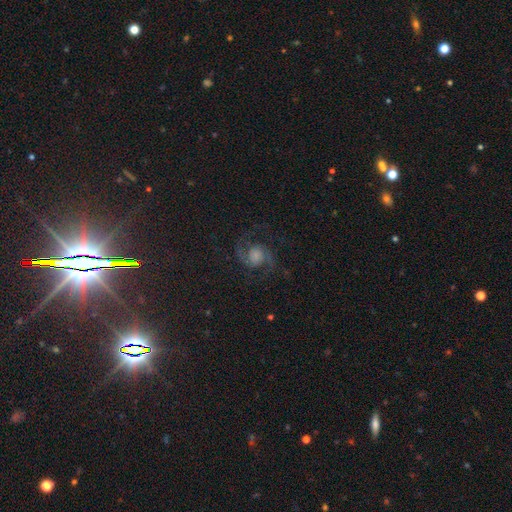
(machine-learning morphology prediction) A featured or disk galaxy (86%) with no bar (65%), 2 (94%) medium (58%) spiral arms (98%) and a large central bulge (26%).

Vote fractions:
- Smooth or featured? featured or disk: 86% / star or artifact: 7% / smooth: 7%
- Edge-on disk? no: 98% / yes: 2%
- Bar? no: 65% / weak: 28% / strong: 7%
- Spiral arms? yes: 98% / no: 2%
- Spiral winding? medium: 58% / loose: 27% / tight: 14%
- Spiral arm count? 2: 94% / 3: 2% / can't tell: 2% / 1: 1% / 4: 1% / more than 4: 1%
- Bulge size? large: 26% / moderate: 25% / none: 23% / small: 20% / dominant: 6%
- Merging? none: 78% / minor disturbance: 13% / major disturbance: 8% / merger: 1%